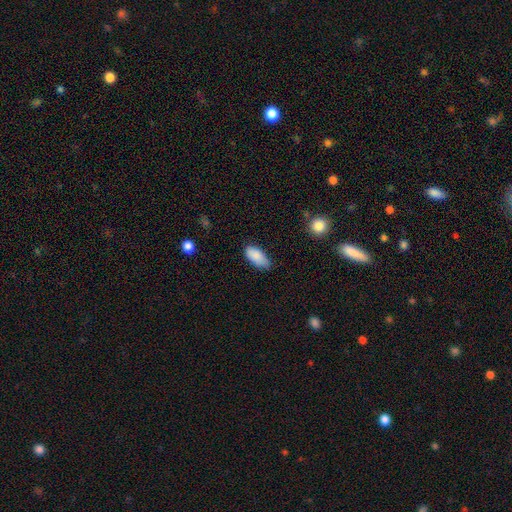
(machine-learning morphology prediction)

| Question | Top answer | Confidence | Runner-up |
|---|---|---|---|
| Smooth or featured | smooth | 87% | star or artifact (7%) |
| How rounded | in between | 91% | cigar-shaped (7%) |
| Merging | none | 61% | minor disturbance (32%) |